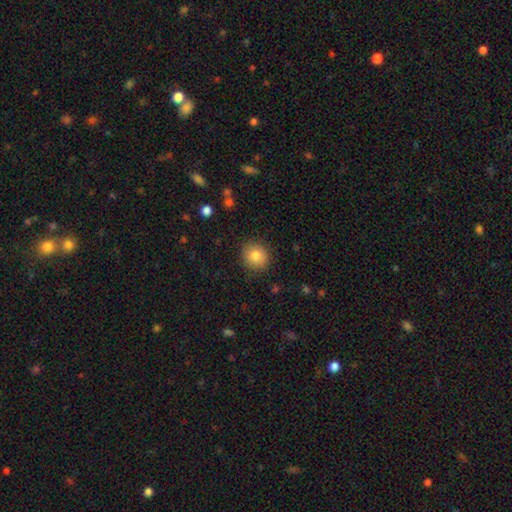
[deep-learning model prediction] Smooth or featured: smooth — 83% (star or artifact — 9%)
How rounded: round — 86% (in between — 13%)
Merging: none — 88% (minor disturbance — 8%)